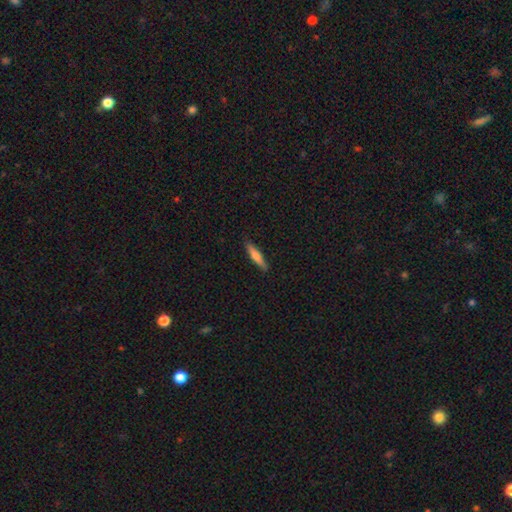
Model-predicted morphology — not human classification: type=smooth (67%); roundness=cigar-shaped (86%); merging=none (89%).